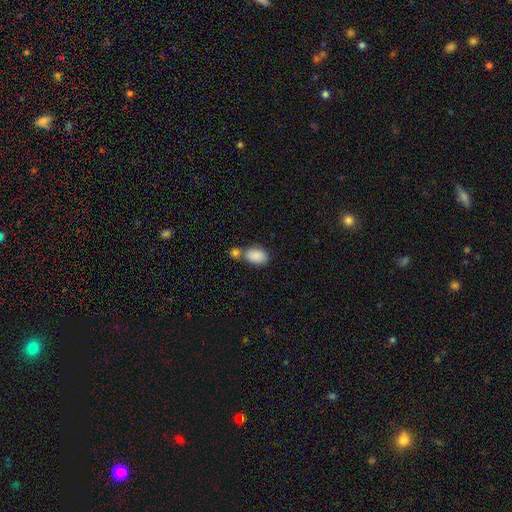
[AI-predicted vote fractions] This appears to be a smooth galaxy with no disk features (88%) that is in between round and cigar-shaped (91%). Merging: none (45%).